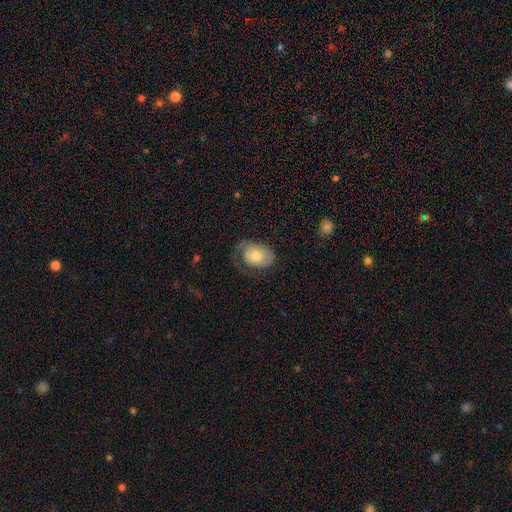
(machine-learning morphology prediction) smooth 53%, featured or disk 41%, star or artifact 7%. Down the decision tree: how rounded — in between (79%); merging — none (45%).